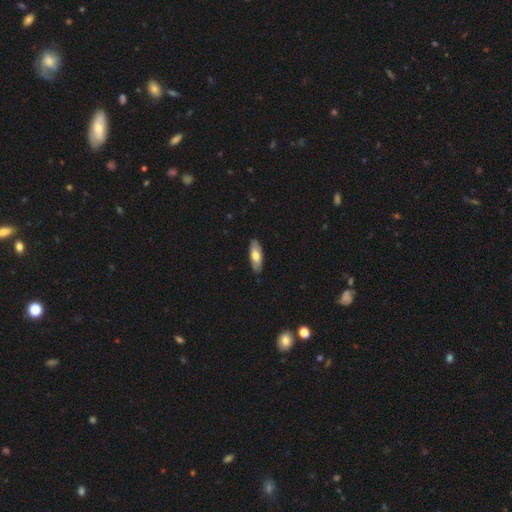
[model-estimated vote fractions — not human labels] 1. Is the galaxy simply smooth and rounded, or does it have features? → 65% smooth, 30% featured or disk, 5% star or artifact.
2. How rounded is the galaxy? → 72% in between, 26% cigar-shaped, 2% round.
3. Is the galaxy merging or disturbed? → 88% none, 10% minor disturbance, 2% major disturbance, 1% merger.